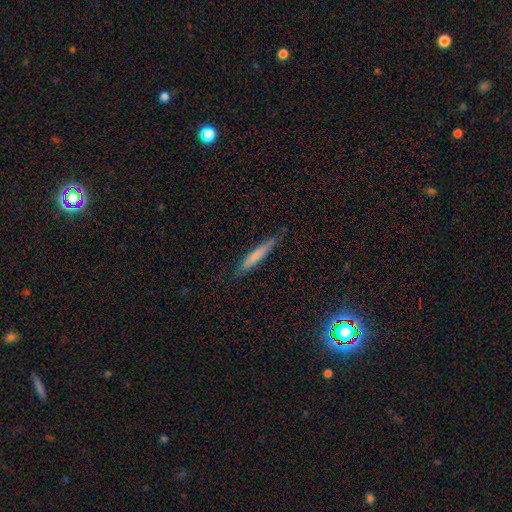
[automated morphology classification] Smooth or featured? smooth (66%)
How rounded? cigar-shaped (94%)
Merging? none (83%)